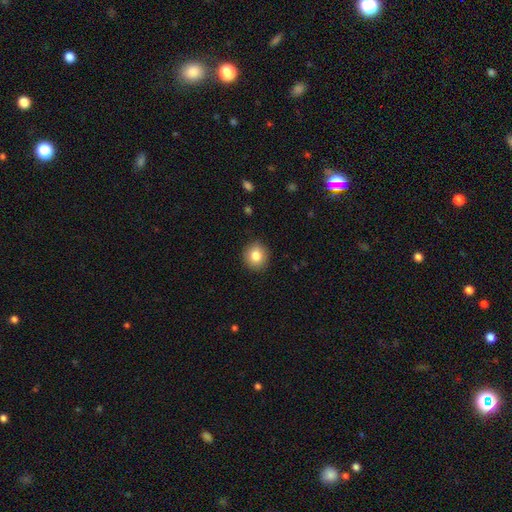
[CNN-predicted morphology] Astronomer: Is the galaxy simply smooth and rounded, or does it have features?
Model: smooth — 82%.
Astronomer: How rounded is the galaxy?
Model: round — 85%.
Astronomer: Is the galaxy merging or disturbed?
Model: none — 90%.